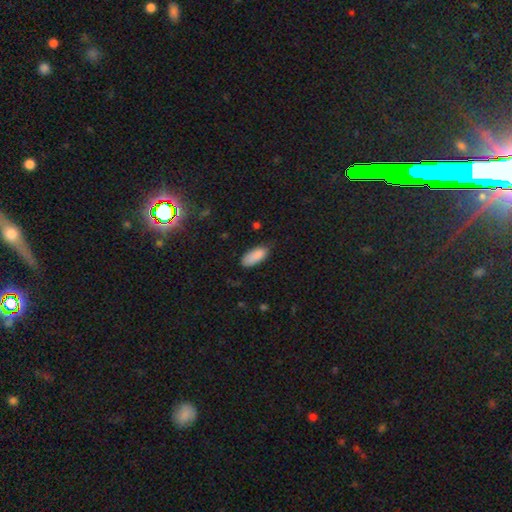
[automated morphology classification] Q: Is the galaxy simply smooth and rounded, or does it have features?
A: smooth — 88%.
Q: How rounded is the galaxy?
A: in between — 85%.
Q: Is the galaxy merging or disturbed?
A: none — 65%.